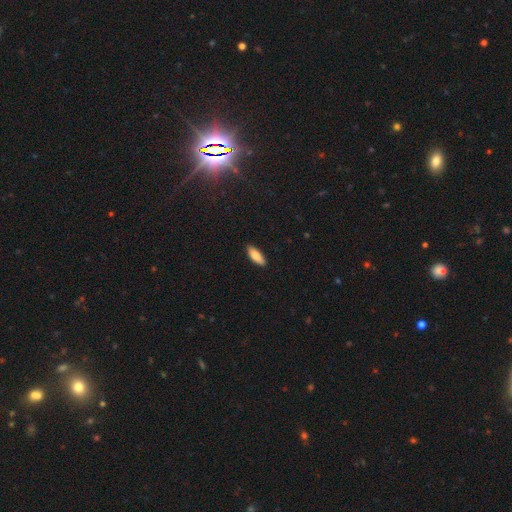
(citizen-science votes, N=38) smooth-or-featured: smooth: 84% | featured or disk: 11% | star or artifact: 5%
  how-rounded: in between: 72% | cigar-shaped: 28% | round: 0%
  merging: none: 94% | minor disturbance: 3% | major disturbance: 3% | merger: 0%